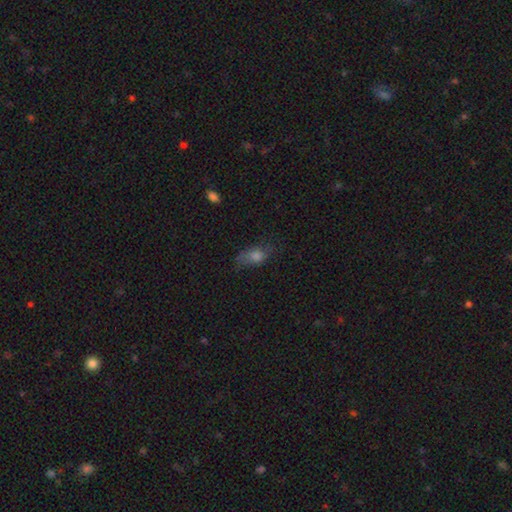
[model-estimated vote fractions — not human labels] Overall: smooth (61%; featured or disk 25%). How rounded: in between (76%). Merging: none (59%; minor disturbance 27%).